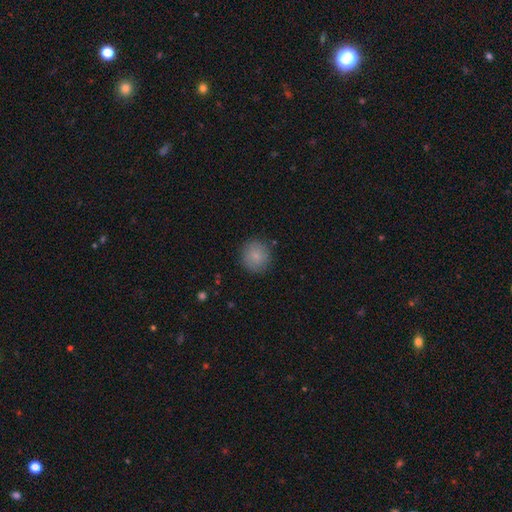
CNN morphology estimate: The model was most divided on "smooth or featured": smooth: 83%, featured or disk: 8%, star or artifact: 8%. More confident: how rounded — round (91%); merging — none (86%).